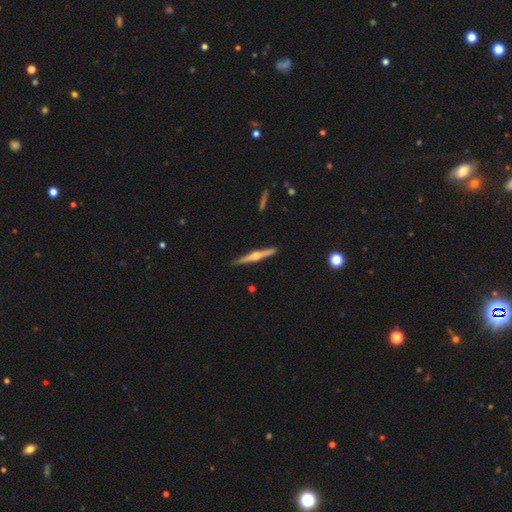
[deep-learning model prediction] The model was most divided on "smooth or featured": featured or disk: 78%, smooth: 17%, star or artifact: 5%. More confident: edge-on disk — yes (98%); merging — none (91%); edge-on bulge — rounded (89%).